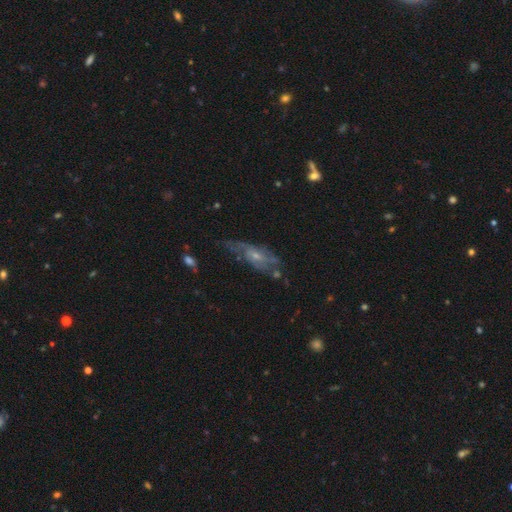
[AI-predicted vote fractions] Overall: featured or disk (64%; smooth 24%). Edge-on disk: no (78%). Bar: no (70%). Spiral arms: yes (68%; no 32%). Bulge size: small (63%; moderate 30%). Merging: none (56%; minor disturbance 25%).